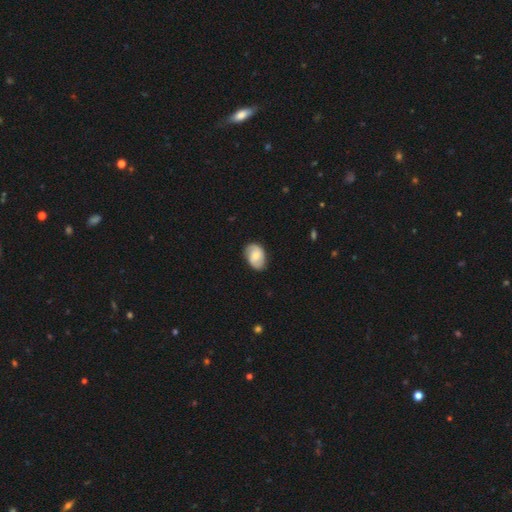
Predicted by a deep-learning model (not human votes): Q: Smooth or featured?
A: featured or disk (52%); runner-up: smooth (42%)
Q: Edge-on disk?
A: no (96%); runner-up: yes (4%)
Q: Merging?
A: none (78%); runner-up: minor disturbance (17%)